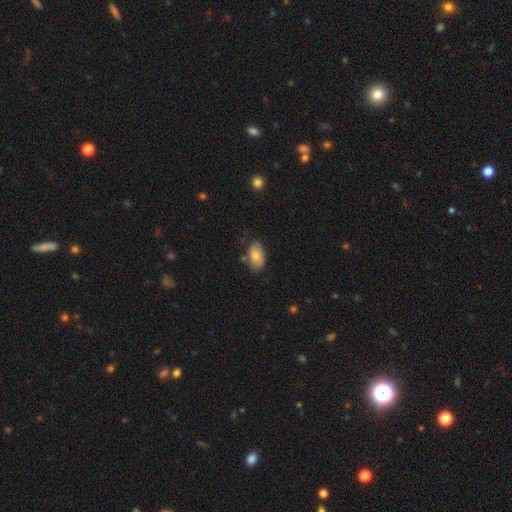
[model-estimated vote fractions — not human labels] smooth_or_featured: smooth (p=0.74) [alt: featured or disk p=0.19]
how_rounded: in between (p=0.92) [alt: round p=0.07]
merging: none (p=0.70) [alt: minor disturbance p=0.21]